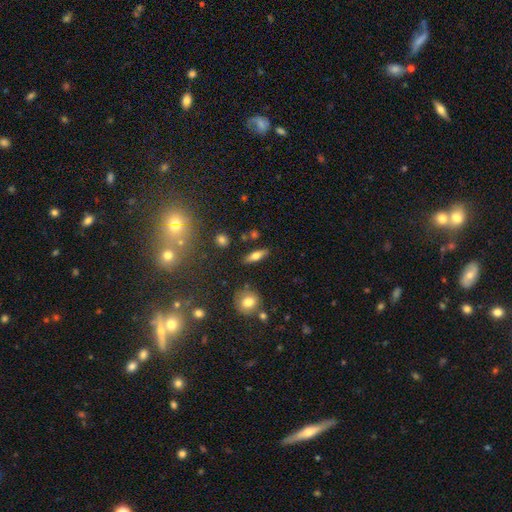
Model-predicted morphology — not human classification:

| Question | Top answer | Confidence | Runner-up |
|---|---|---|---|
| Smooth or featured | smooth | 61% | featured or disk (30%) |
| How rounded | in between | 55% | cigar-shaped (40%) |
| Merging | none | 85% | minor disturbance (9%) |